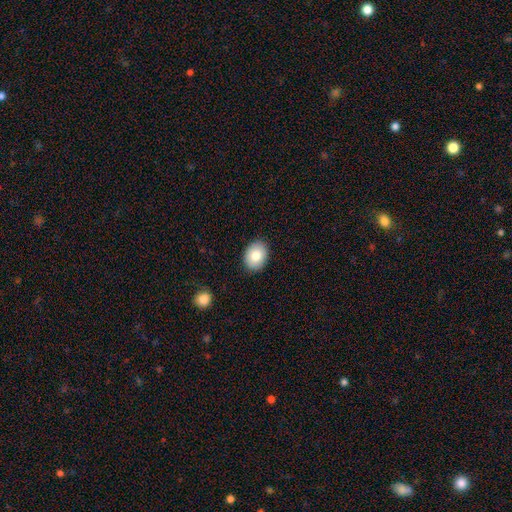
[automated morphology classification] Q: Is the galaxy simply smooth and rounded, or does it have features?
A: smooth — 80%.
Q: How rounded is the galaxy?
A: in between — 61%.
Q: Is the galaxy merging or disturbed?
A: none — 89%.